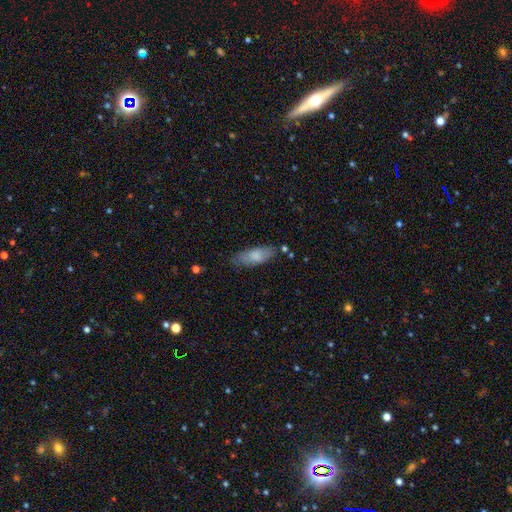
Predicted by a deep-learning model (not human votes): The model was most divided on "how rounded": in between: 69%, cigar-shaped: 29%, round: 2%. More confident: smooth or featured — smooth (79%); merging — none (75%).